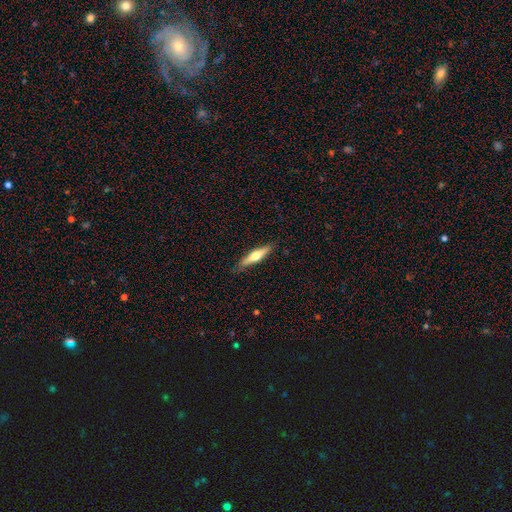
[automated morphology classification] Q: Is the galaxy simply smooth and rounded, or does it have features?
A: featured or disk — 50%.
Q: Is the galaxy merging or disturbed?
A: none — 85%.